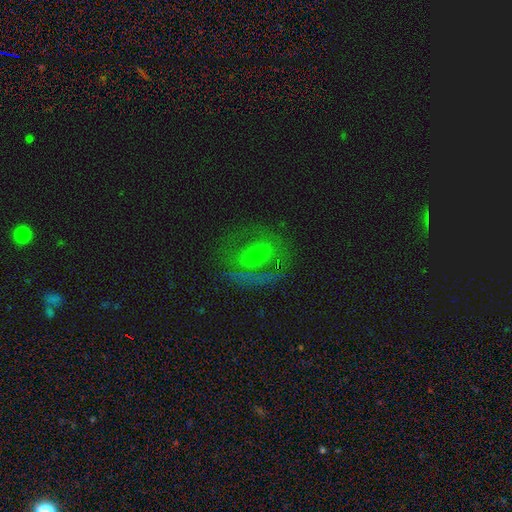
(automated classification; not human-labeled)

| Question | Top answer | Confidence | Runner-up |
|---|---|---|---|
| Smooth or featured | featured or disk | 57% | smooth (29%) |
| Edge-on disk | no | 86% | yes (14%) |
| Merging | none | 62% | minor disturbance (19%) |